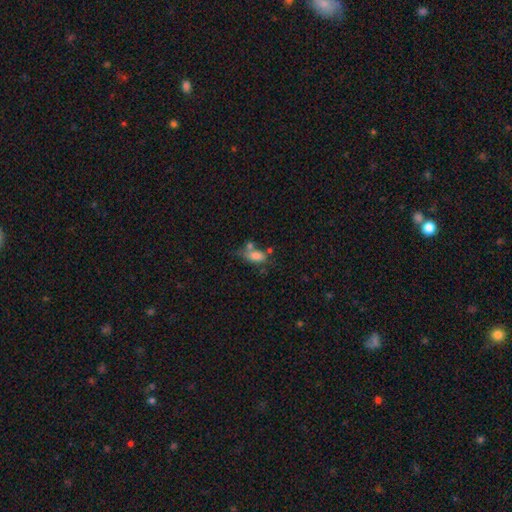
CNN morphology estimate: Smooth or featured: smooth — 76% (featured or disk — 14%)
How rounded: in between — 85% (cigar-shaped — 8%)
Merging: none — 38% (merger — 29%)